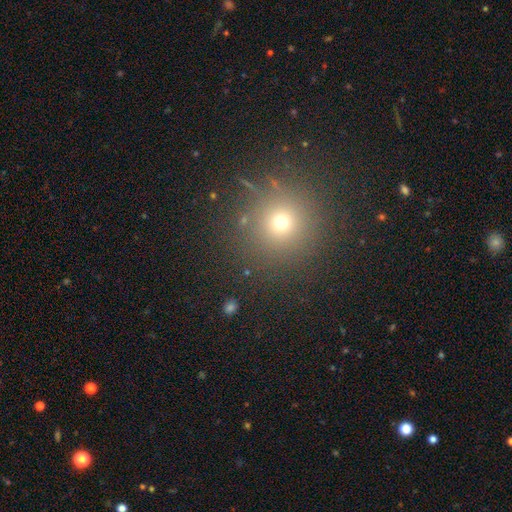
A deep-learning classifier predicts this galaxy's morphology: Smooth or featured? Predicted: smooth (p=0.59). How rounded? Predicted: round (p=0.95). Merging? Predicted: none (p=0.91).